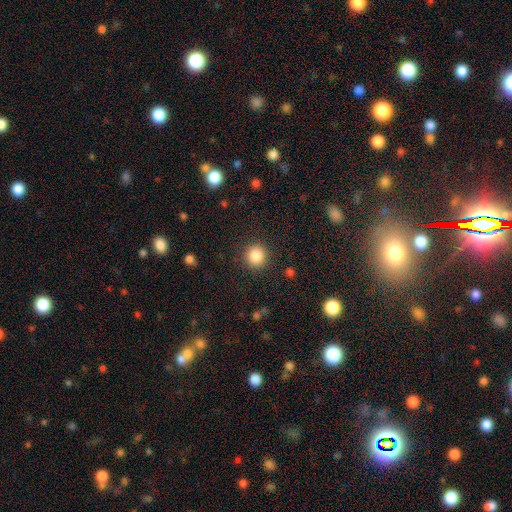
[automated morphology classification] Overall: smooth (87%). How rounded: round (92%). Merging: none (90%).